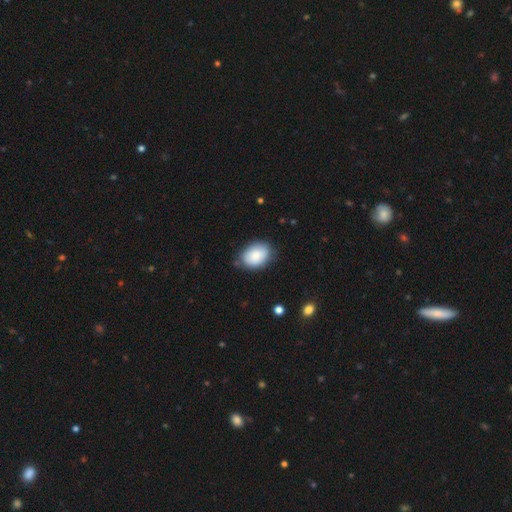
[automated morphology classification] Smooth or featured: smooth — 84% (featured or disk — 10%)
How rounded: in between — 78% (round — 21%)
Merging: none — 75% (minor disturbance — 19%)